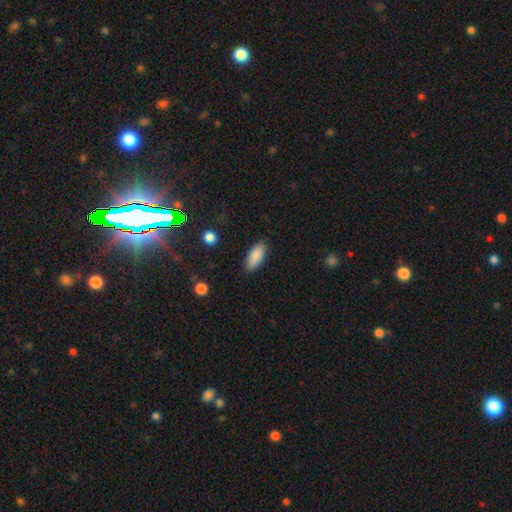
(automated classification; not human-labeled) The model was most divided on "merging": none: 85%, minor disturbance: 11%, major disturbance: 2%, merger: 1%. More confident: smooth or featured — smooth (88%); how rounded — in between (87%).